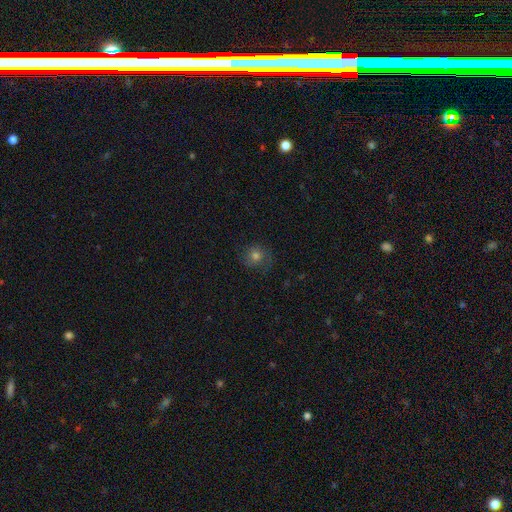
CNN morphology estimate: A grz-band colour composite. It shows a smooth galaxy with no disk features (63%) that is round (86%). Merging: none (73%).